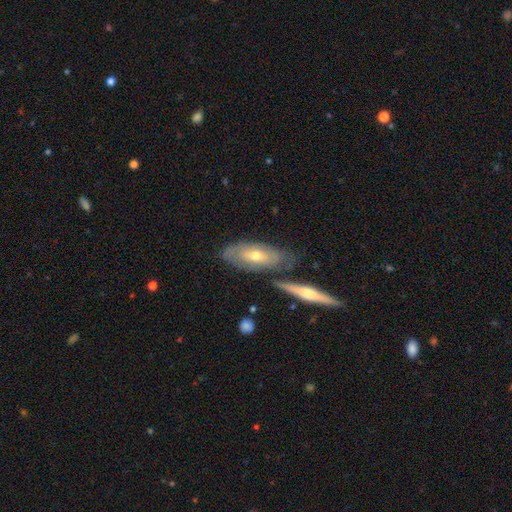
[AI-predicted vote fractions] Q: Smooth or featured?
A: featured or disk (52%); runner-up: smooth (42%)
Q: Edge-on disk?
A: no (68%); runner-up: yes (32%)
Q: Merging?
A: none (66%); runner-up: minor disturbance (17%)